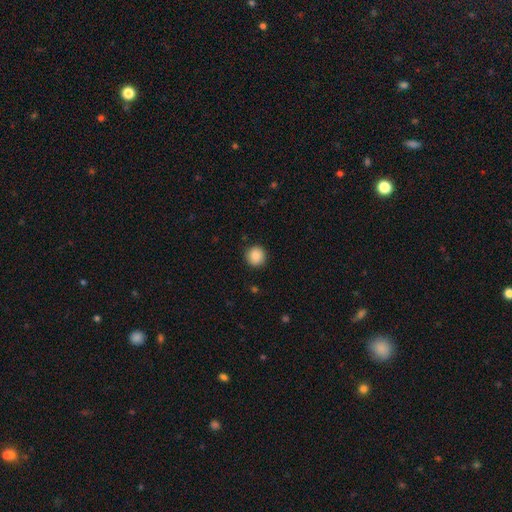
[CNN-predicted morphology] Smooth or featured? smooth (88%)
How rounded? round (92%)
Merging? none (90%)